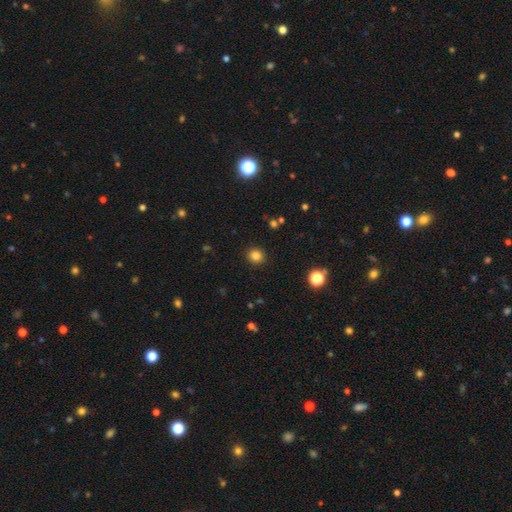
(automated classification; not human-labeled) A smooth galaxy with no disk features (83%) that is round (91%). Merging: none (91%).